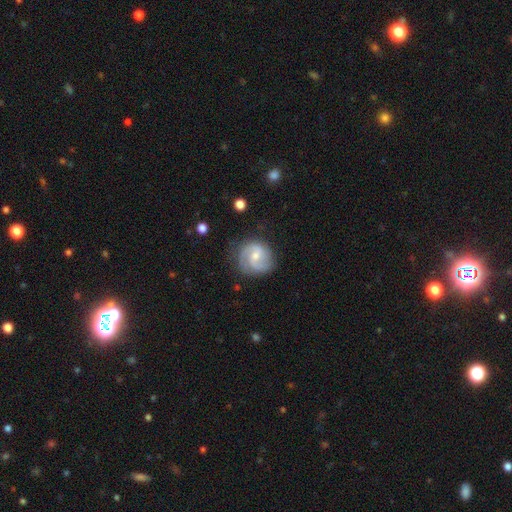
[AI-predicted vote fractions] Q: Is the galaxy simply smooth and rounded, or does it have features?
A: featured or disk — 77%.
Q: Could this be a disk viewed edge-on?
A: no — 98%.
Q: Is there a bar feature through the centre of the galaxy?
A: weak — 50%.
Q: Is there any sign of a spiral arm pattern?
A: yes — 95%.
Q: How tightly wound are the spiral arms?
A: medium — 49%.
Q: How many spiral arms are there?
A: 2 — 68%.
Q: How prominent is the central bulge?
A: small — 50%.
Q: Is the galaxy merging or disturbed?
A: none — 76%.